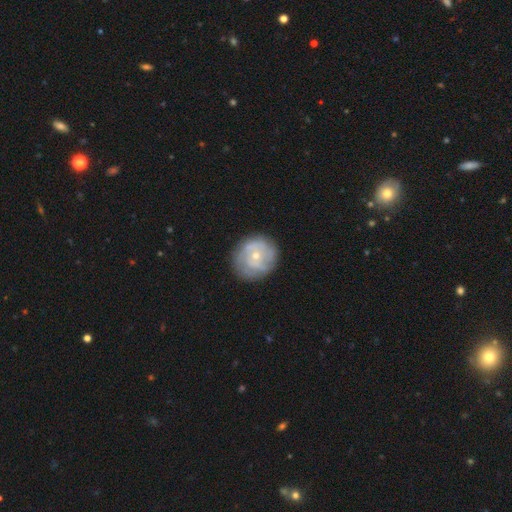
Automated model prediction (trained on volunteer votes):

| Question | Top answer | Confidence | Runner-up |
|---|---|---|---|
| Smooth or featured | featured or disk | 64% | smooth (29%) |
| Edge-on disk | no | 97% | yes (3%) |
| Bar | no | 78% | weak (19%) |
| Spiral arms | yes | 76% | no (24%) |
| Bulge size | small | 64% | moderate (33%) |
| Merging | none | 77% | minor disturbance (16%) |